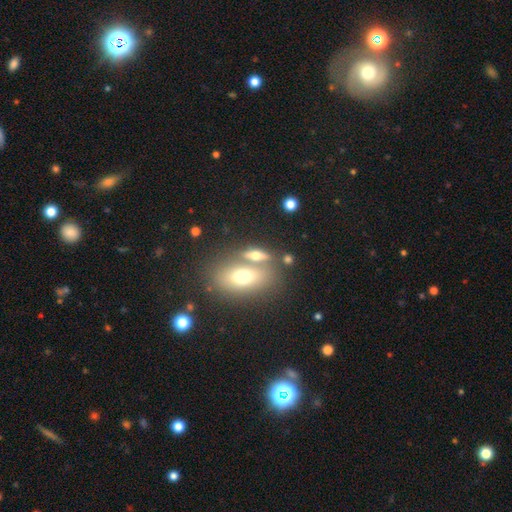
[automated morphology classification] This appears to be a smooth galaxy with no disk features (54%) that is in between round and cigar-shaped (64%). Merging: none (51%).